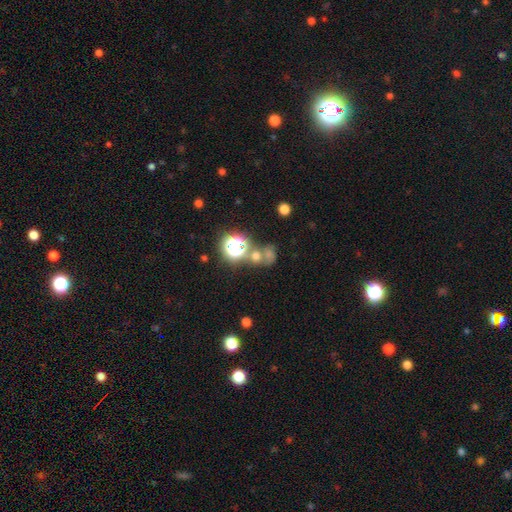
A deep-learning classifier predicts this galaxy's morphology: This is possibly a smooth galaxy (48%). Merging: possibly none (46%).